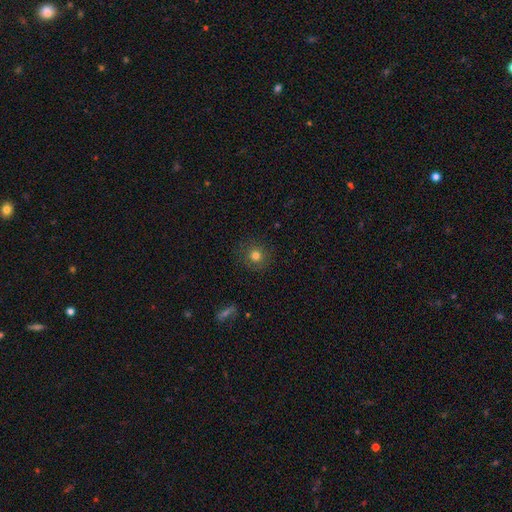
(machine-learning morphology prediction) This is likely a smooth galaxy (77%). How rounded: clearly round (93%). Merging: clearly none (87%).